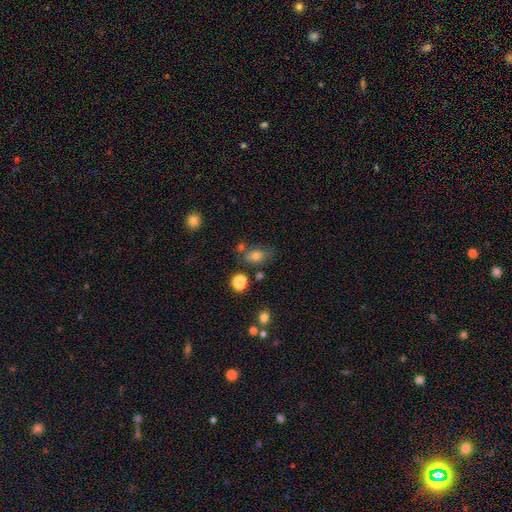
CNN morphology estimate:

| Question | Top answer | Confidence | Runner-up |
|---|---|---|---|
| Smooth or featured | smooth | 76% | star or artifact (12%) |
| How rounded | in between | 77% | round (20%) |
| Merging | none | 61% | minor disturbance (20%) |